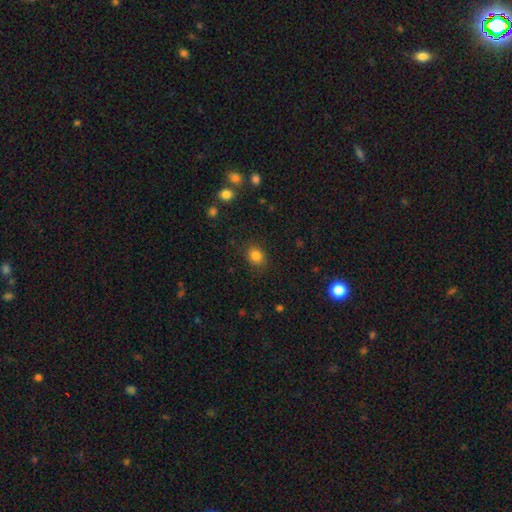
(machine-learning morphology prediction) Smooth or featured? Predicted: smooth (p=0.83). How rounded? Predicted: round (p=0.58). Merging? Predicted: none (p=0.83).